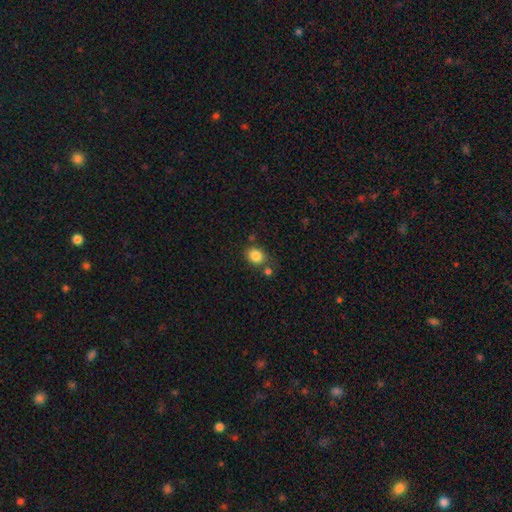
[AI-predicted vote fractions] A smooth galaxy with no disk features (85%) that is round (57%).

Vote fractions:
- Smooth or featured? smooth: 85% / star or artifact: 10% / featured or disk: 5%
- How rounded? round: 57% / in between: 42% / cigar-shaped: 1%
- Merging? none: 70% / minor disturbance: 13% / merger: 12% / major disturbance: 4%